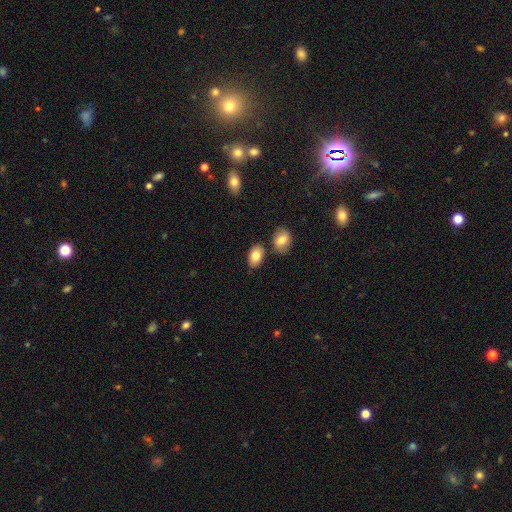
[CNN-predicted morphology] Smooth or featured? Predicted: smooth (p=0.82). How rounded? Predicted: in between (p=0.87). Merging? Predicted: none (p=0.75).